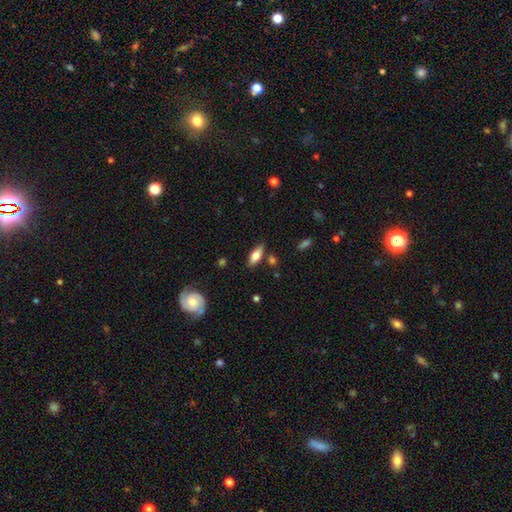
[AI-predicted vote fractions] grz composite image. It shows a smooth galaxy with no disk features (63%) that is in between round and cigar-shaped (72%). Merging: none (78%).